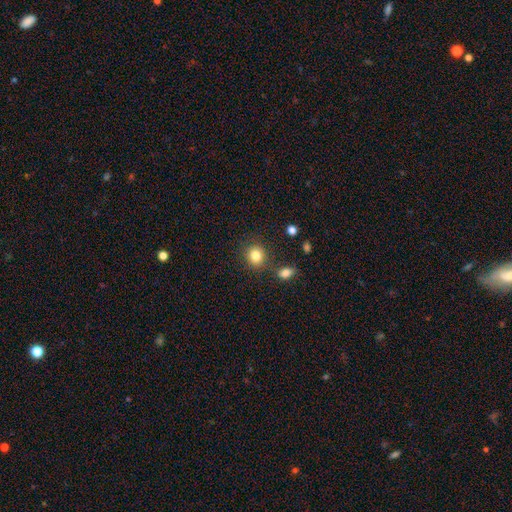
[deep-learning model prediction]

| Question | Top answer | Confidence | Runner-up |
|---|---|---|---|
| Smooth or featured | smooth | 83% | star or artifact (10%) |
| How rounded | round | 82% | in between (17%) |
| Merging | none | 80% | minor disturbance (9%) |